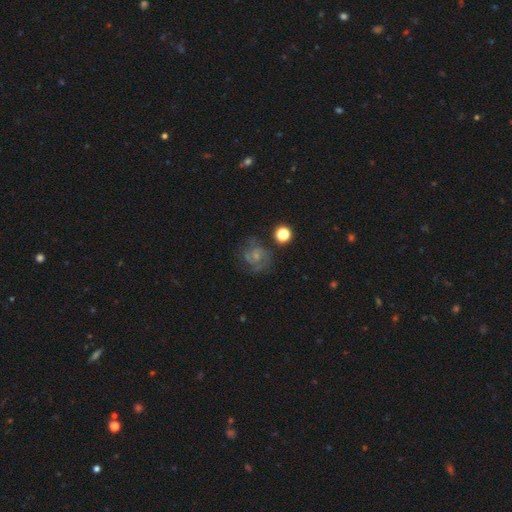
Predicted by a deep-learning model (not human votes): A featured or disk galaxy (60%) with no bar (71%), spiral arms (81%) and a small central bulge (60%). Merging: none (57%).